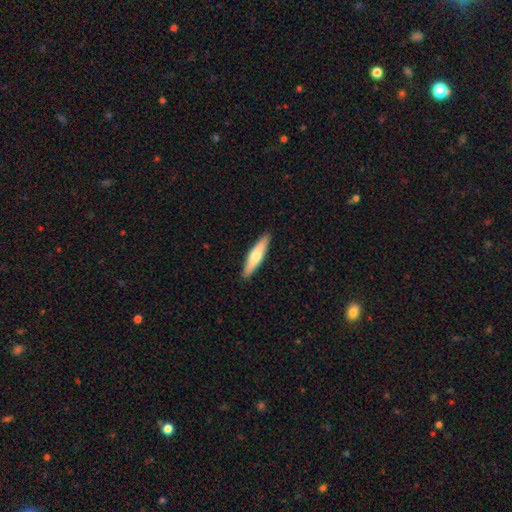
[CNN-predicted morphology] This is possibly a smooth galaxy (59%). How rounded: likely cigar-shaped (80%). Merging: clearly none (91%).